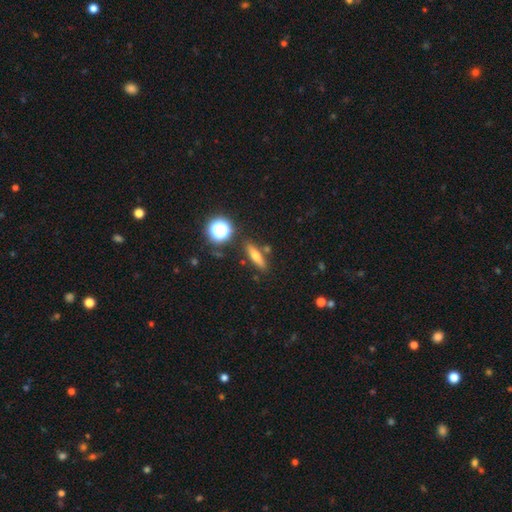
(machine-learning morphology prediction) type=smooth (55%); roundness=cigar-shaped (61%); merging=none (83%).